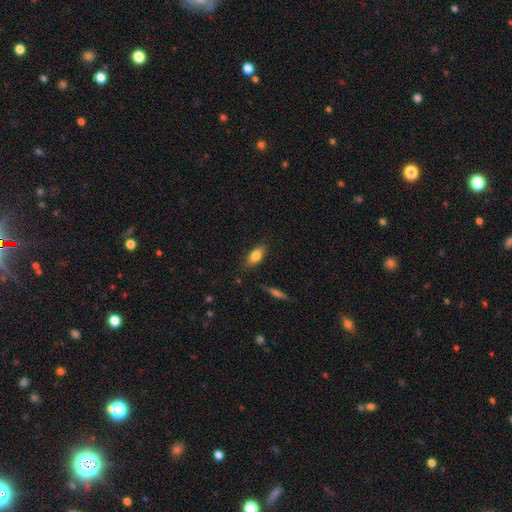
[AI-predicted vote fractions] smooth 77%, featured or disk 16%, star or artifact 7%. Down the decision tree: how rounded — in between (80%); merging — none (81%).